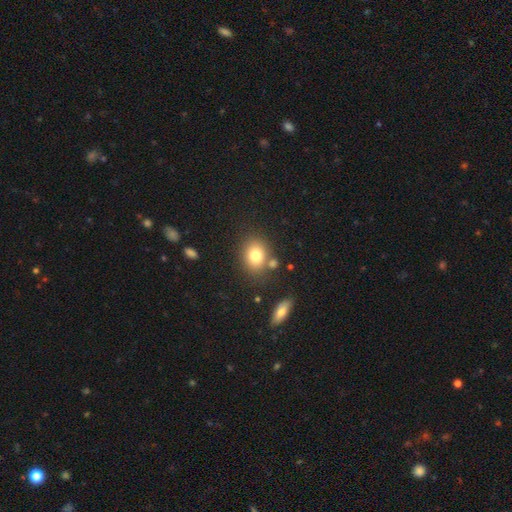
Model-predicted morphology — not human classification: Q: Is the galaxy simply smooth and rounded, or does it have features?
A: smooth — 78%.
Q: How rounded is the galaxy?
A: in between — 50%.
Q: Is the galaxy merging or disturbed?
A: none — 72%.